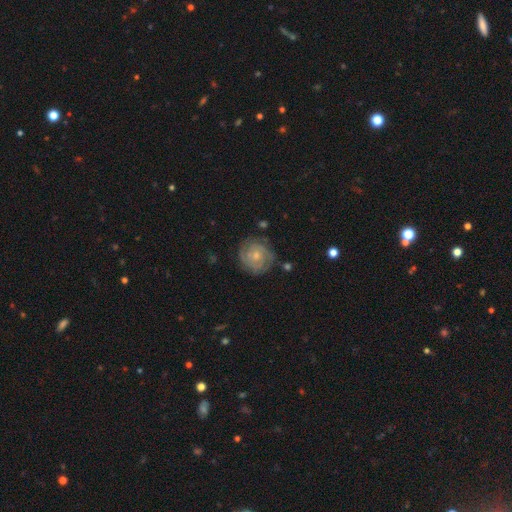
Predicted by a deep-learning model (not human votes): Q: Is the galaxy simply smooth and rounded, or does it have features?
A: featured or disk — 79%.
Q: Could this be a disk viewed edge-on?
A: no — 98%.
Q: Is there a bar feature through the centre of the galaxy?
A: no — 73%.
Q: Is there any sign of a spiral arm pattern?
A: yes — 94%.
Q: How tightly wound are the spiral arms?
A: tight — 75%.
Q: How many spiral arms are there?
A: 2 — 37%.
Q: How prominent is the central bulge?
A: small — 52%.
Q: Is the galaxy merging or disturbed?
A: none — 78%.